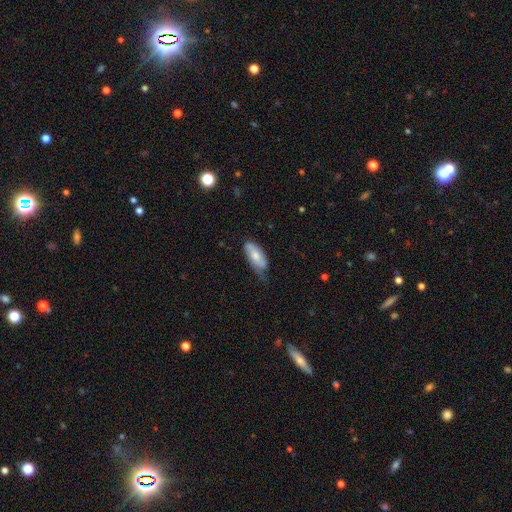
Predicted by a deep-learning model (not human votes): This appears to be a smooth galaxy with no disk features (67%) that is in between round and cigar-shaped (79%). Merging: none (49%).